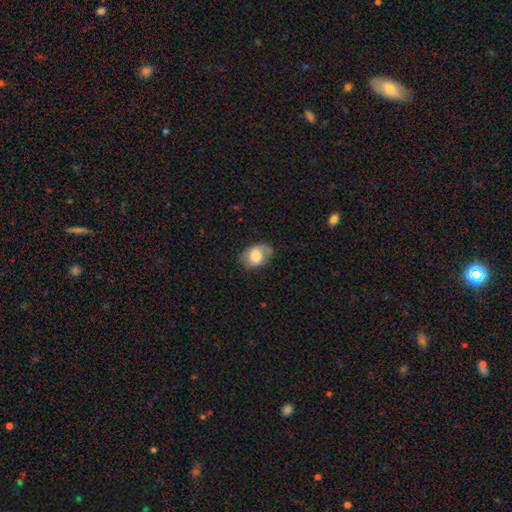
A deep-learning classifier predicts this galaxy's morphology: Smooth or featured?
  - smooth: 63% *
  - featured or disk: 29%
  - star or artifact: 8%
How rounded?
  - in between: 71% *
  - round: 28%
  - cigar-shaped: 1%
Merging?
  - none: 60% *
  - minor disturbance: 27%
  - major disturbance: 11%
  - merger: 1%